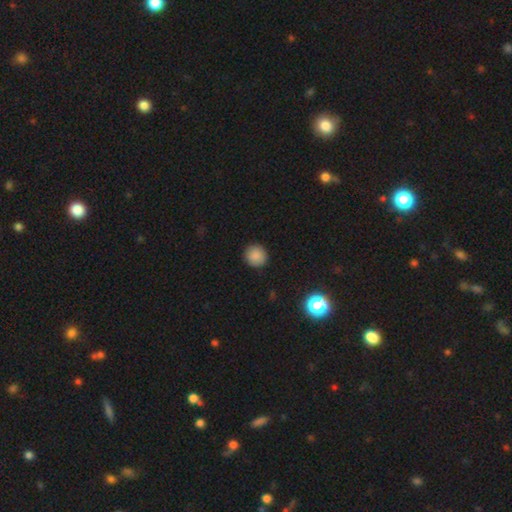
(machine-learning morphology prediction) Overall: smooth (87%). How rounded: round (93%). Merging: none (91%).